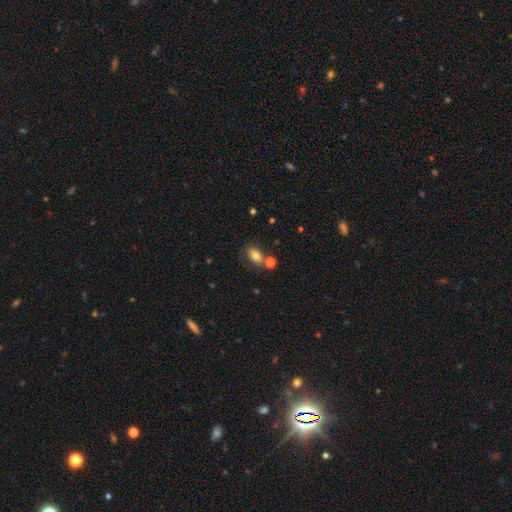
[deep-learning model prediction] Morphology: type=smooth (76%); roundness=in between (83%); merging=none (62%).